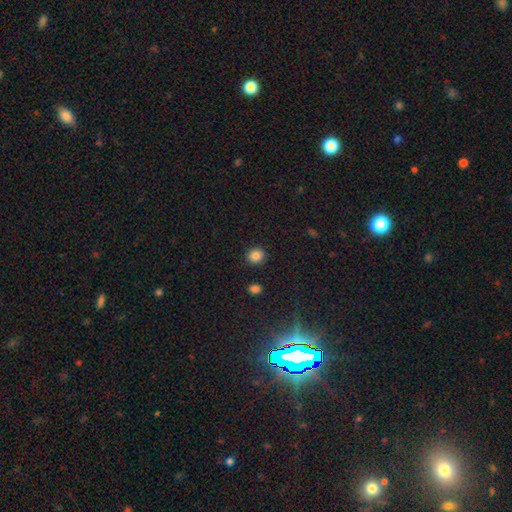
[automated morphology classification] smooth-or-featured: smooth: 85% | star or artifact: 11% | featured or disk: 4%
  how-rounded: round: 85% | in between: 14% | cigar-shaped: 1%
  merging: none: 90% | minor disturbance: 6% | major disturbance: 2% | merger: 2%